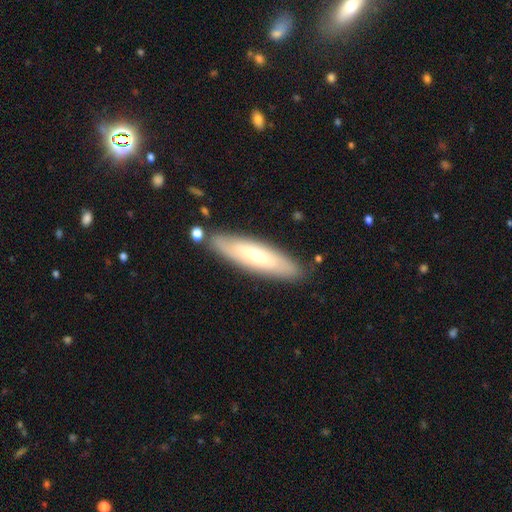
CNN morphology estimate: A smooth galaxy with no disk features (53%) that is cigar-shaped (67%). Merging: none (83%).